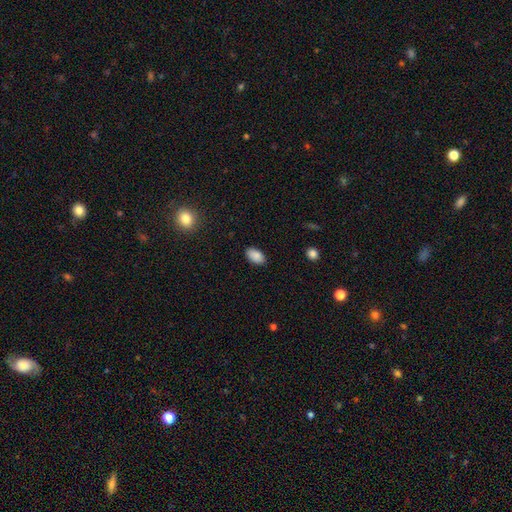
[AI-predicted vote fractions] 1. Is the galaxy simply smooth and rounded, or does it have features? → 88% smooth, 8% star or artifact, 4% featured or disk.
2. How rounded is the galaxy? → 93% in between, 5% round, 2% cigar-shaped.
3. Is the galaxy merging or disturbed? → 87% none, 10% minor disturbance, 2% major disturbance, 1% merger.